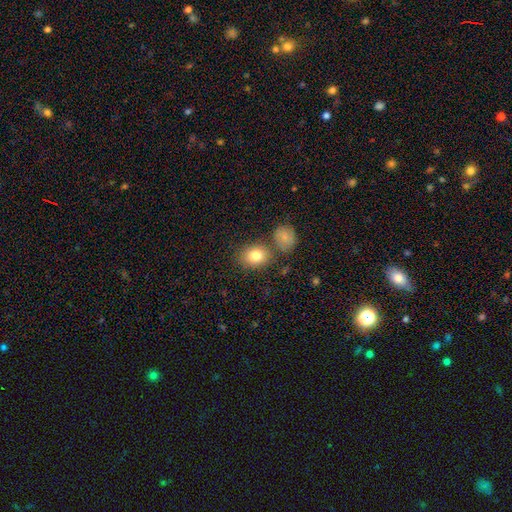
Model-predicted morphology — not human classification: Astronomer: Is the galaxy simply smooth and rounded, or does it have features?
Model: smooth — 82%.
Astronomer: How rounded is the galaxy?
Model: in between — 57% (runner-up: round, 42%).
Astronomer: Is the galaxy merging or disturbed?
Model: none — 73%.